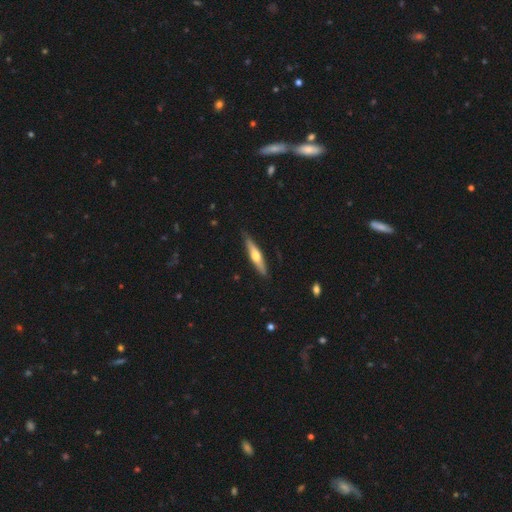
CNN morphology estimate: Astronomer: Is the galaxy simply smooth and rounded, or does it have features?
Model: featured or disk — 54% (runner-up: smooth, 40%).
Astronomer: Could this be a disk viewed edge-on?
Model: yes — 94%.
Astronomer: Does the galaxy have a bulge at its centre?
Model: rounded — 91%.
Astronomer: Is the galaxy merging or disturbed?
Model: none — 85%.